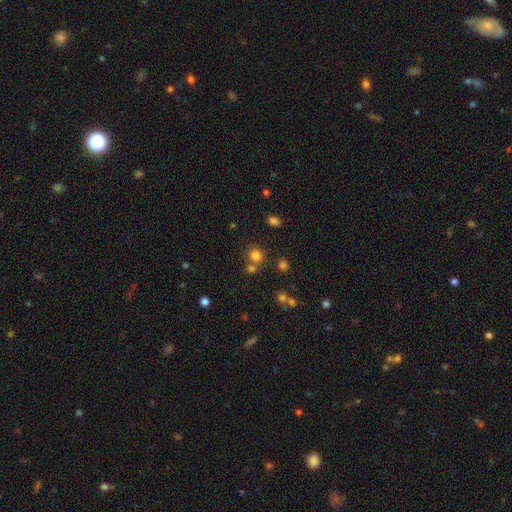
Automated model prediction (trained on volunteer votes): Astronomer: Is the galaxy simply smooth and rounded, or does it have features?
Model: smooth — 76%.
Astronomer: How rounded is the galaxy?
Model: round — 86%.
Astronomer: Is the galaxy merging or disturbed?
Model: none — 68%.